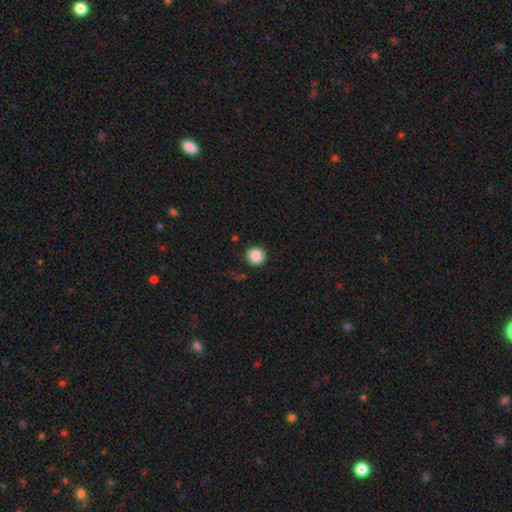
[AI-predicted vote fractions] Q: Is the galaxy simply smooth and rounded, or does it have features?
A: smooth — 86%.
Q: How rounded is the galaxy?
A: round — 94%.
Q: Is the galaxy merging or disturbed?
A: none — 90%.